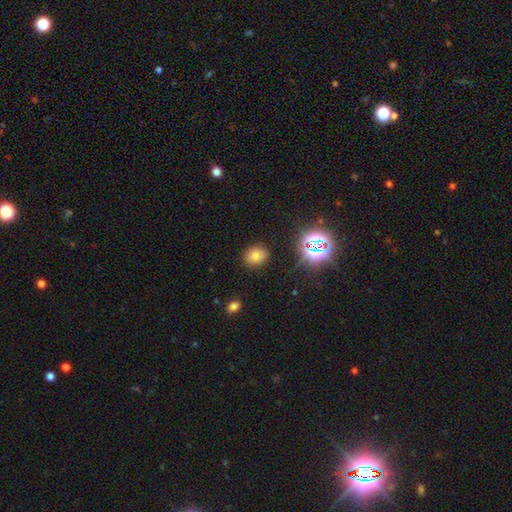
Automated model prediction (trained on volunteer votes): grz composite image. It shows a smooth galaxy with no disk features (68%) that is round (52%). Merging: none (86%).